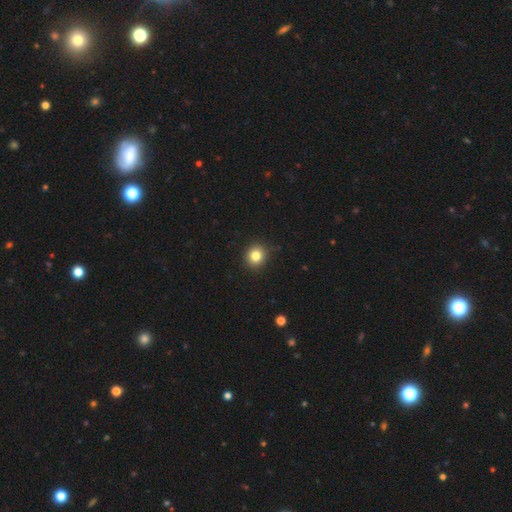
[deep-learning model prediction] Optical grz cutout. It shows a smooth galaxy with no disk features (83%) that is round (85%). Merging: none (90%).